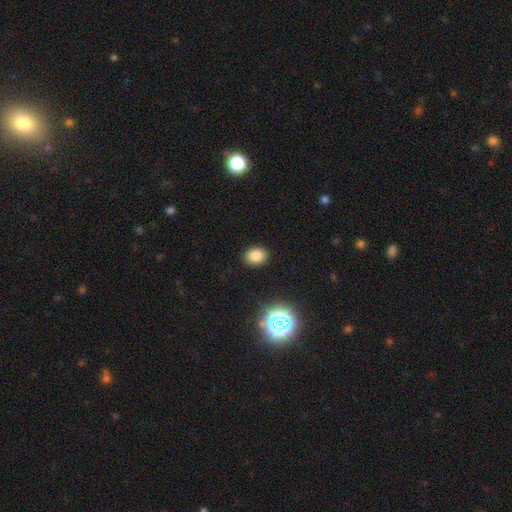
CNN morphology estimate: The model was most divided on "how rounded": round: 52%, in between: 47%, cigar-shaped: 1%. More confident: merging — none (89%); smooth or featured — smooth (81%).